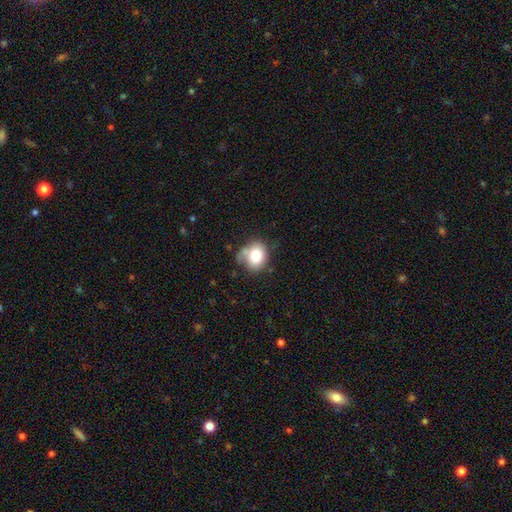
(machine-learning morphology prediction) smooth-or-featured: smooth: 77% | featured or disk: 13% | star or artifact: 10%
  how-rounded: round: 64% | in between: 35% | cigar-shaped: 1%
  merging: none: 54% | minor disturbance: 28% | major disturbance: 10% | merger: 8%